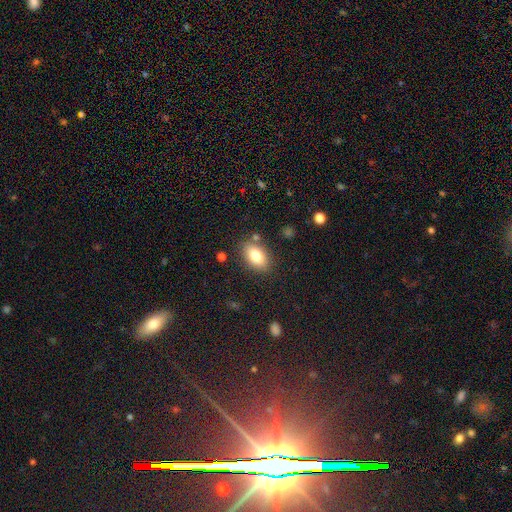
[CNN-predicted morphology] A smooth galaxy with no disk features (80%) that is in between round and cigar-shaped (88%).

Vote fractions:
- Smooth or featured? smooth: 80% / featured or disk: 12% / star or artifact: 8%
- How rounded? in between: 88% / round: 10% / cigar-shaped: 2%
- Merging? none: 81% / minor disturbance: 12% / merger: 4% / major disturbance: 3%